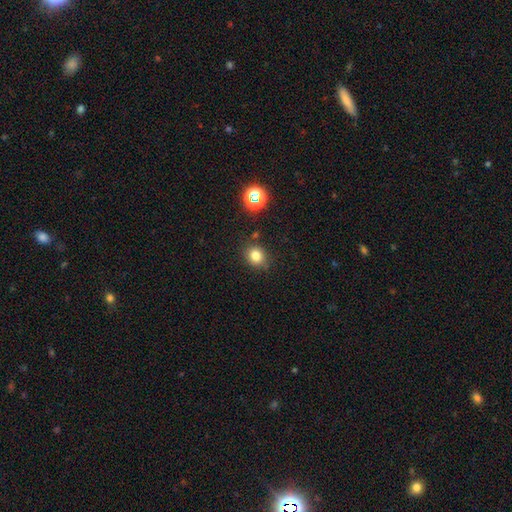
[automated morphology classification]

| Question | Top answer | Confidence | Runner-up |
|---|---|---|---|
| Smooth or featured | smooth | 79% | star or artifact (14%) |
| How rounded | round | 70% | in between (29%) |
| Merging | none | 80% | minor disturbance (13%) |